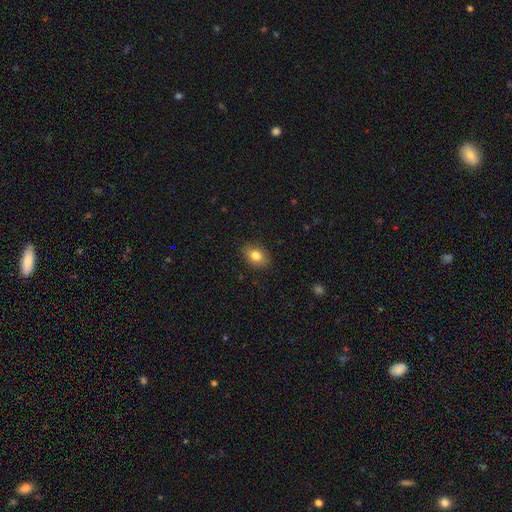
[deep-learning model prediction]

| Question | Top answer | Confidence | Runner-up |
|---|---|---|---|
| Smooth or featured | smooth | 81% | featured or disk (10%) |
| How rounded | in between | 71% | round (28%) |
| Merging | none | 87% | minor disturbance (10%) |